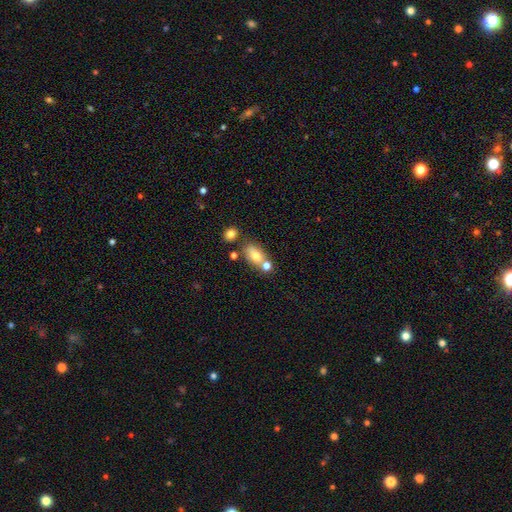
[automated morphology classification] smooth-or-featured: smooth: 72% | featured or disk: 18% | star or artifact: 10%
  how-rounded: in between: 82% | round: 12% | cigar-shaped: 6%
  merging: none: 58% | merger: 23% | minor disturbance: 14% | major disturbance: 5%